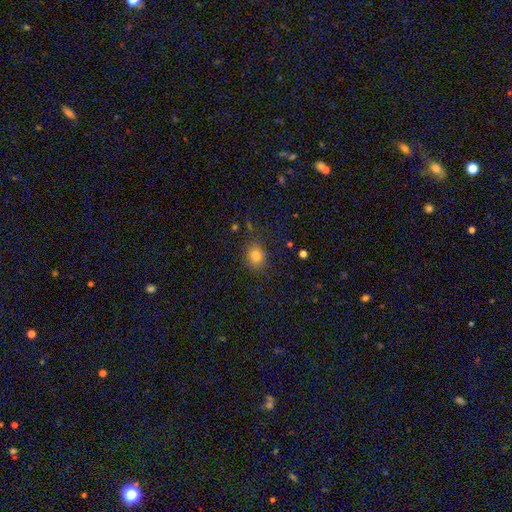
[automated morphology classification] Smooth or featured? smooth (80%)
How rounded? round (59%)
Merging? none (80%)